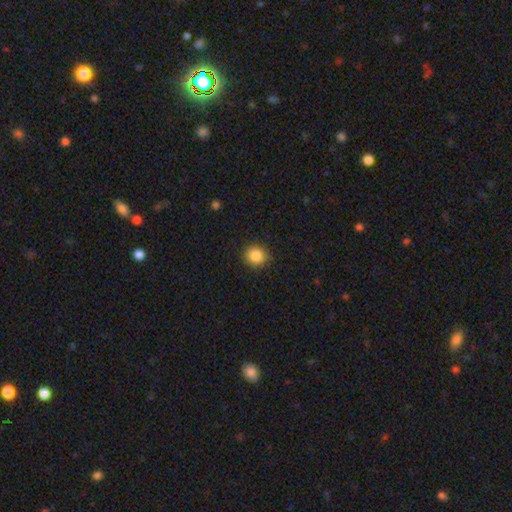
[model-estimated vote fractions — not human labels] This appears to be a smooth galaxy with no disk features (86%) that is round (85%). Merging: none (88%).